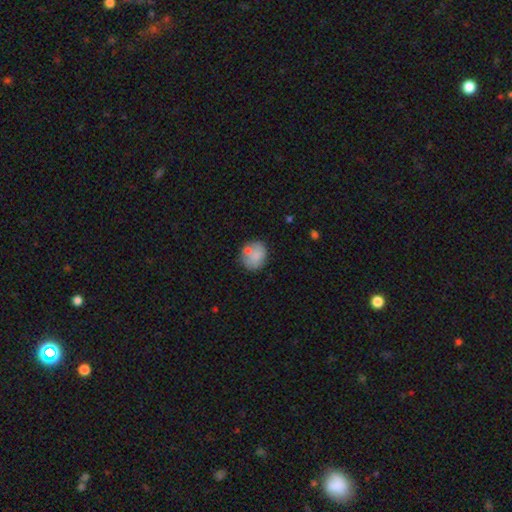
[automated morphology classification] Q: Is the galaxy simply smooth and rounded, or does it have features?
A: smooth — 75%.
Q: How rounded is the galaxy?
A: round — 67%.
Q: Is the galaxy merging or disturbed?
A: none — 62%.